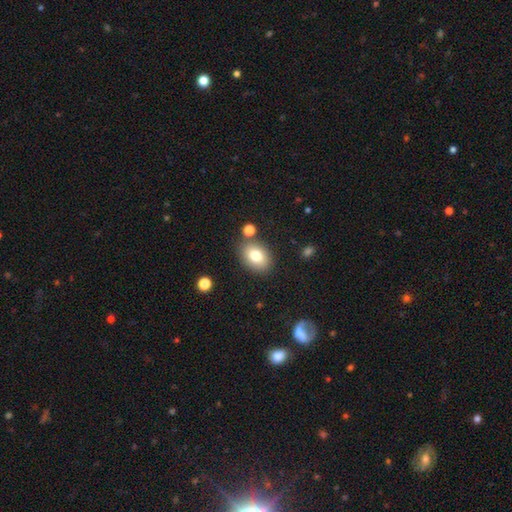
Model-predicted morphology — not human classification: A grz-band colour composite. It shows a smooth galaxy with no disk features (78%) that is in between round and cigar-shaped (74%). Merging: none (80%).